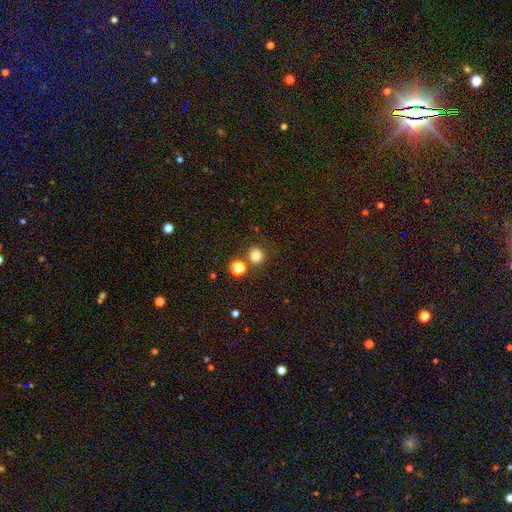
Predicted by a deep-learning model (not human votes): A smooth galaxy with no disk features (80%) that is round (93%). Merging: none (82%).